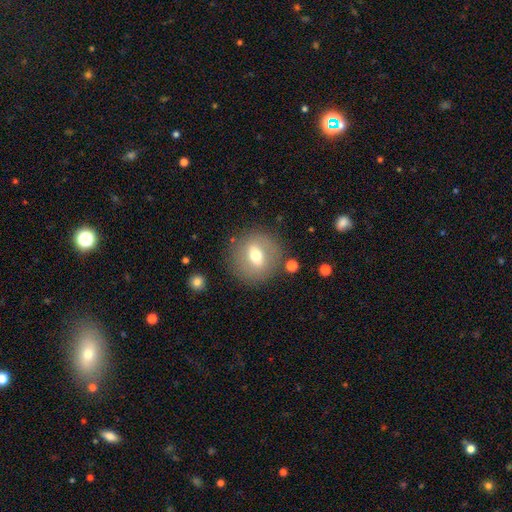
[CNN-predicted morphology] Smooth or featured? smooth (52%)
How rounded? round (83%)
Merging? none (83%)